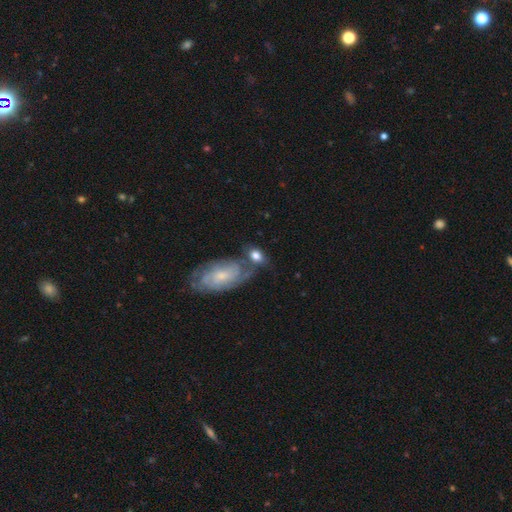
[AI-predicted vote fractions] A smooth galaxy with no disk features (62%) that is in between round and cigar-shaped (65%). Merging: none (49%).